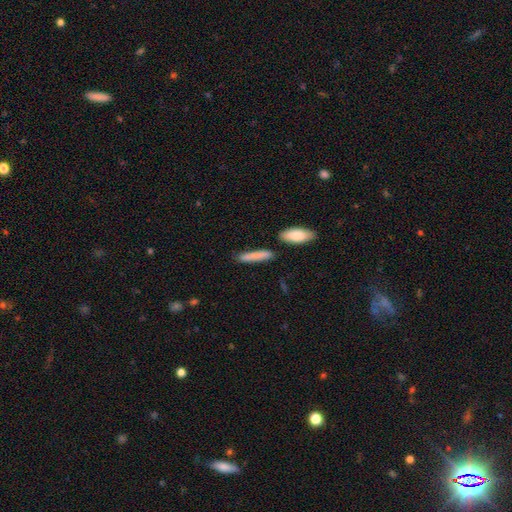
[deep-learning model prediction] The model was most divided on "smooth or featured": smooth: 81%, featured or disk: 13%, star or artifact: 6%. More confident: how rounded — cigar-shaped (86%); merging — none (82%).